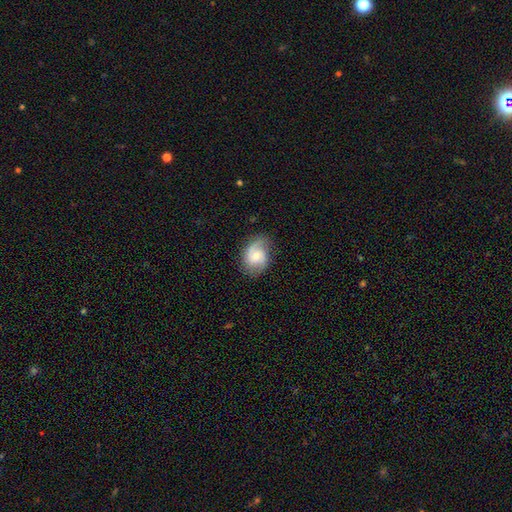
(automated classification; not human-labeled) smooth_or_featured: featured or disk (p=0.60) [alt: smooth p=0.33]
disk_edge_on: no (p=0.97) [alt: yes p=0.03]
bar: no (p=0.59) [alt: weak p=0.35]
has_spiral_arms: yes (p=0.91) [alt: no p=0.09]
spiral_winding: medium (p=0.44) [alt: loose p=0.31]
spiral_arm_count: 2 (p=0.75) [alt: 1 p=0.11]
bulge_size: moderate (p=0.48) [alt: small p=0.43]
merging: none (p=0.71) [alt: minor disturbance p=0.20]